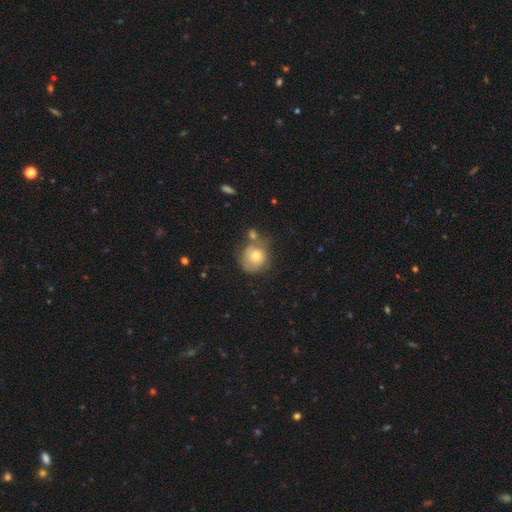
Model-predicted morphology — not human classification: smooth-or-featured: smooth: 67% | featured or disk: 24% | star or artifact: 9%
  how-rounded: round: 81% | in between: 18% | cigar-shaped: 1%
  merging: none: 48% | minor disturbance: 23% | merger: 20% | major disturbance: 9%